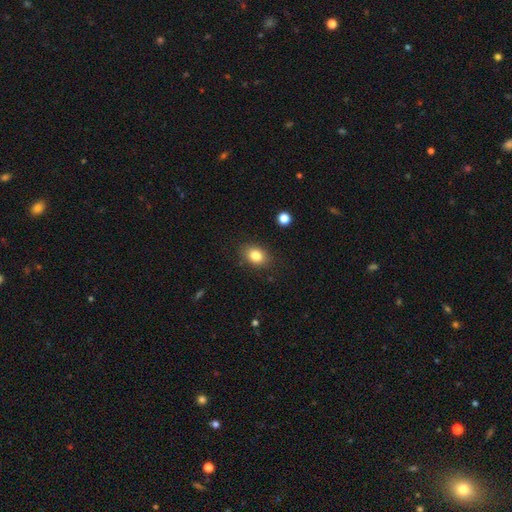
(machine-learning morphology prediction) A smooth galaxy with no disk features (83%) that is in between round and cigar-shaped (69%). Merging: none (85%).